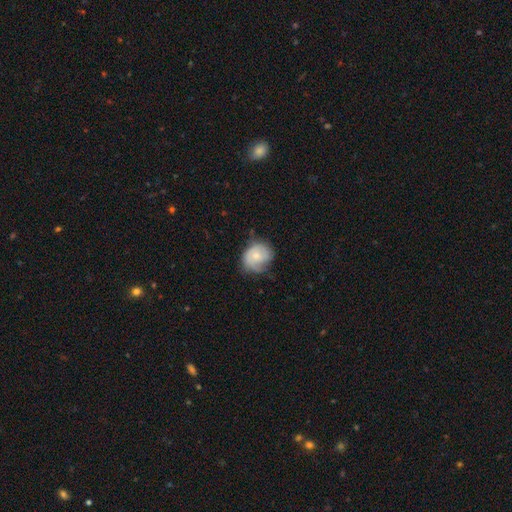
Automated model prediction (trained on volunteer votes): This is possibly a smooth galaxy (52%). How rounded: likely round (63%). Merging: possibly none (50%).